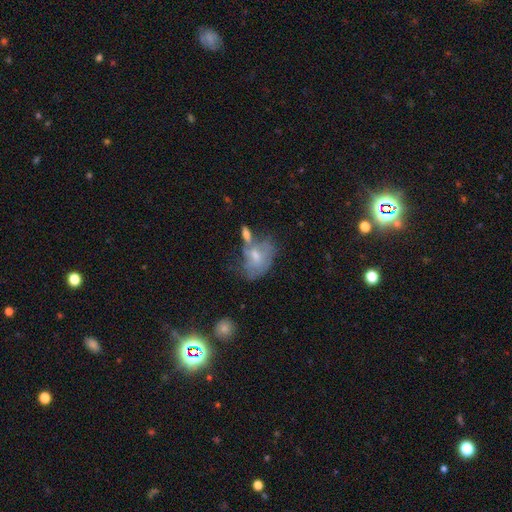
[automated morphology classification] Smooth or featured?
  - featured or disk: 46% *
  - smooth: 38%
  - star or artifact: 16%
Merging?
  - none: 36% *
  - minor disturbance: 25%
  - merger: 22%
  - major disturbance: 16%